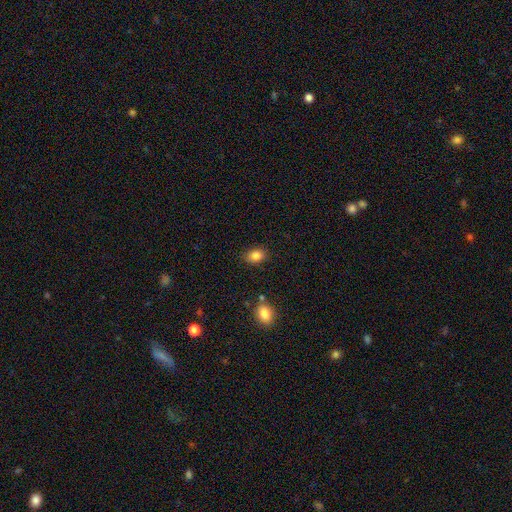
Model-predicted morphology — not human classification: smooth_or_featured: smooth (p=0.84) [alt: star or artifact p=0.09]
how_rounded: in between (p=0.74) [alt: round p=0.24]
merging: none (p=0.83) [alt: minor disturbance p=0.12]